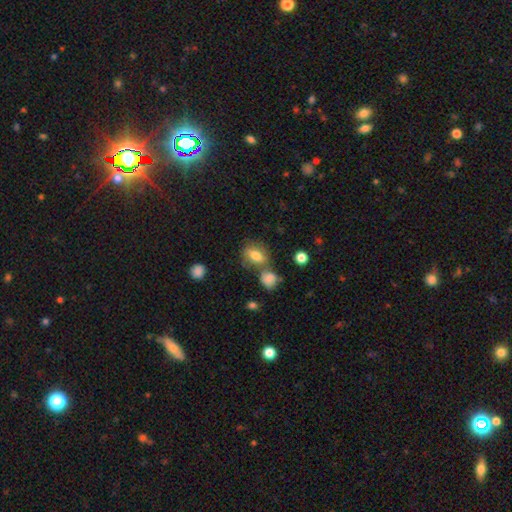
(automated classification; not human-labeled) A smooth galaxy with no disk features (74%) that is in between round and cigar-shaped (69%). Merging: none (53%).